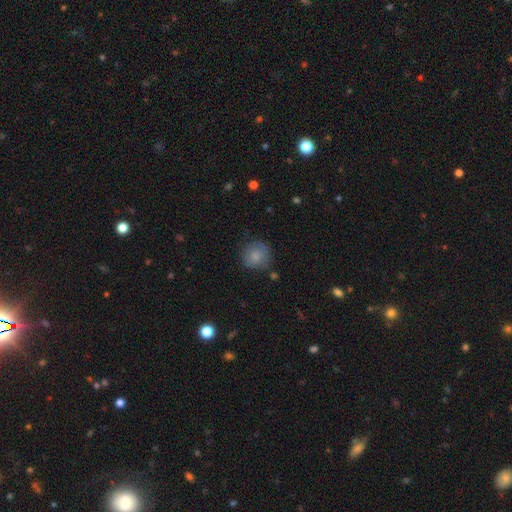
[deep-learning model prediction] A smooth galaxy with no disk features (83%) that is round (89%). Merging: none (77%).